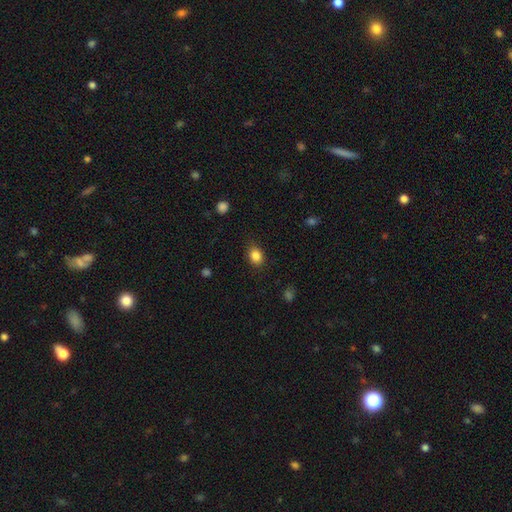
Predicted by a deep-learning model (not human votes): This is clearly a smooth galaxy (86%). How rounded: likely in between (61%). Merging: clearly none (83%).